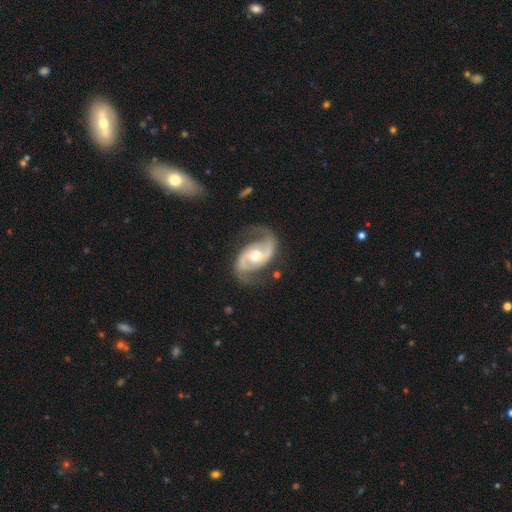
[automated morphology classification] smooth-or-featured: featured or disk: 92% | smooth: 4% | star or artifact: 4%
  disk-edge-on: no: 97% | yes: 3%
    bar: no: 47% | weak: 40% | strong: 14%
    has-spiral-arms: yes: 98% | no: 2%
      spiral-winding: medium: 55% | loose: 28% | tight: 17%
      spiral-arm-count: 2: 93% | can't tell: 2% | 1: 1% | 3: 1% | 4: 1% | more than 4: 1%
    bulge-size: moderate: 72% | small: 13% | large: 12% | none: 1% | dominant: 1%
  merging: none: 73% | minor disturbance: 17% | major disturbance: 8% | merger: 2%